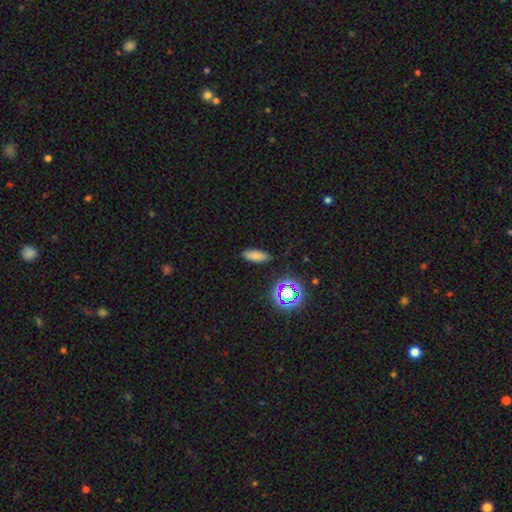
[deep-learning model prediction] Smooth or featured? smooth (77%)
How rounded? in between (72%)
Merging? none (85%)